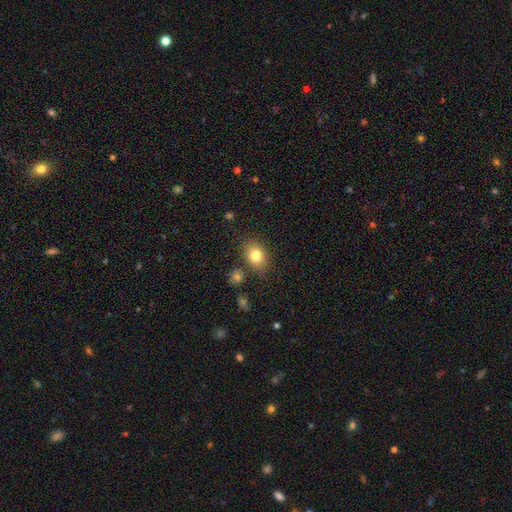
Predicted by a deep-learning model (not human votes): smooth-or-featured: smooth: 80% | featured or disk: 10% | star or artifact: 10%
  how-rounded: in between: 71% | round: 28% | cigar-shaped: 1%
  merging: none: 78% | minor disturbance: 13% | merger: 5% | major disturbance: 3%